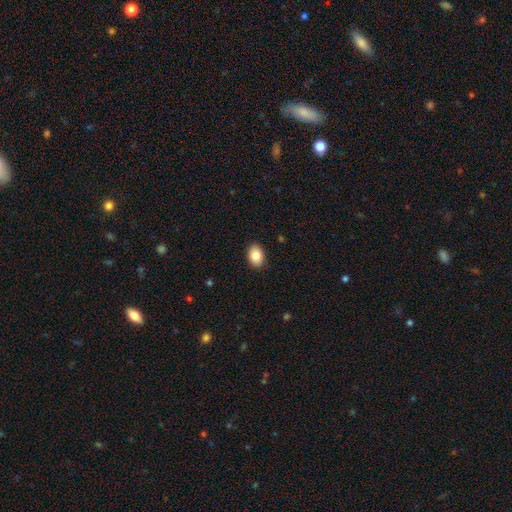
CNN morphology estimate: This appears to be a smooth galaxy with no disk features (86%) that is in between round and cigar-shaped (79%). Merging: none (90%).